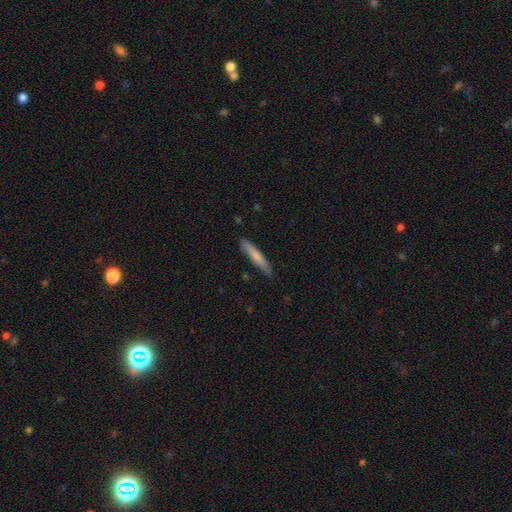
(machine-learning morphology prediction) A smooth galaxy with no disk features (72%) that is cigar-shaped (93%).

Vote fractions:
- Smooth or featured? smooth: 72% / featured or disk: 23% / star or artifact: 5%
- How rounded? cigar-shaped: 93% / in between: 5% / round: 1%
- Merging? none: 86% / minor disturbance: 10% / major disturbance: 2% / merger: 1%